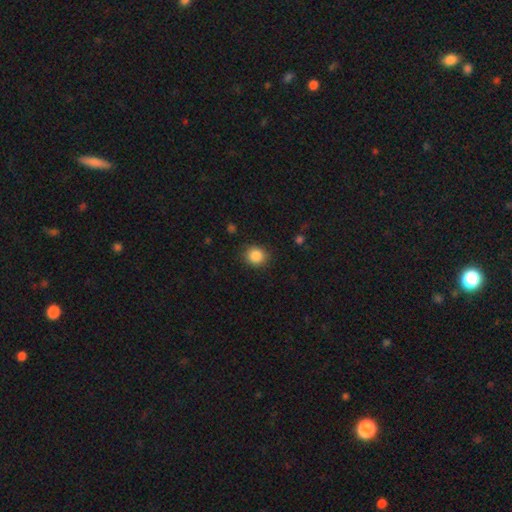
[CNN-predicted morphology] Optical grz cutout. It shows a smooth galaxy with no disk features (87%) that is round (82%). Merging: none (88%).